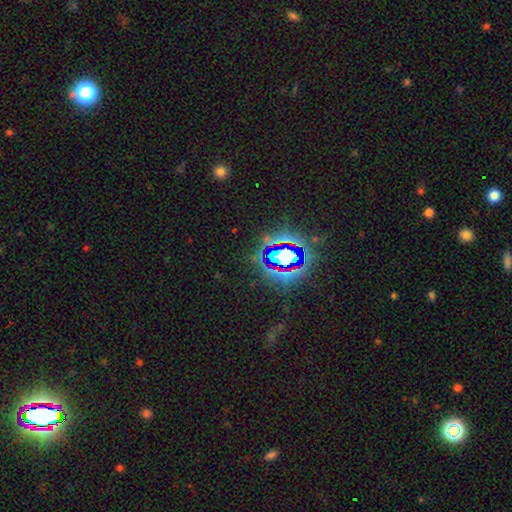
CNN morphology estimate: smooth-or-featured: star or artifact: 78% | smooth: 12% | featured or disk: 10%